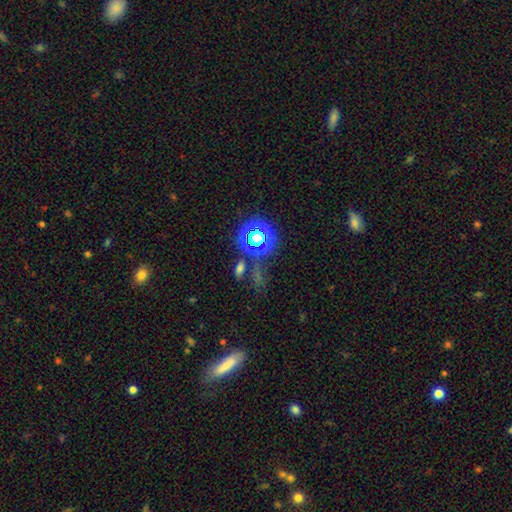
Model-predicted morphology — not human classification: Overall: star or artifact (49%; smooth 38%).